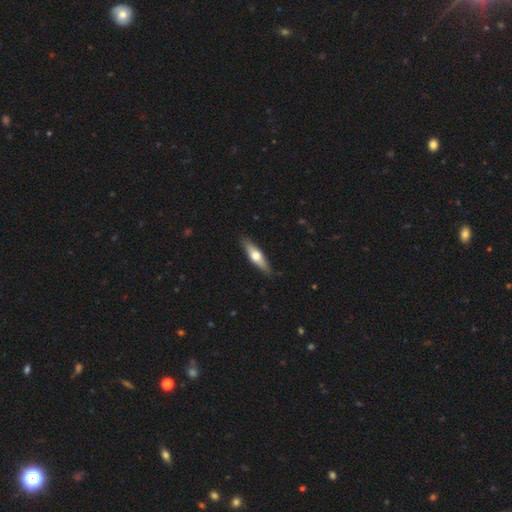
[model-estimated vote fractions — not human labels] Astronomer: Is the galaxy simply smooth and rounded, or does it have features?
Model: featured or disk — 48% (runner-up: smooth, 46%).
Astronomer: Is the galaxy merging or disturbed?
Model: none — 88%.